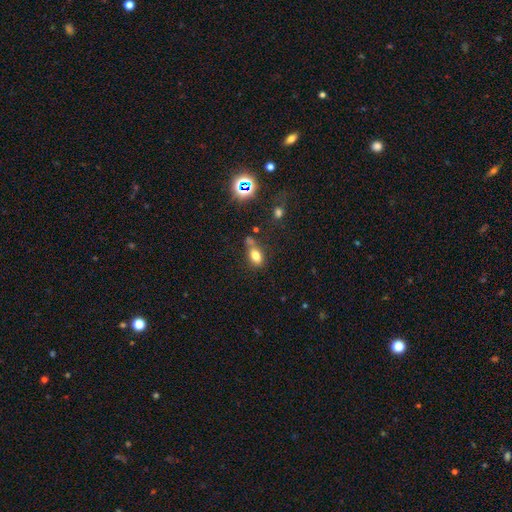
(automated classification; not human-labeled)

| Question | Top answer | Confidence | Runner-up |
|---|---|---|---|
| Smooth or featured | smooth | 76% | star or artifact (13%) |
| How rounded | in between | 80% | round (16%) |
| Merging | none | 54% | minor disturbance (20%) |